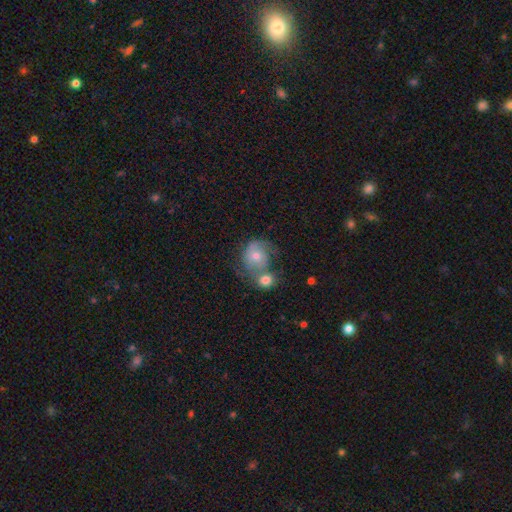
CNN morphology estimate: smooth-or-featured: featured or disk: 51% | smooth: 41% | star or artifact: 8%
  disk-edge-on: no: 98% | yes: 2%
  merging: merger: 44% | none: 30% | minor disturbance: 15% | major disturbance: 11%